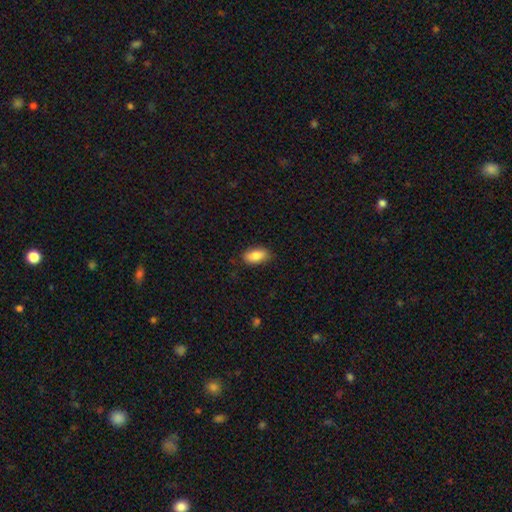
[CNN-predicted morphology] smooth_or_featured: smooth (p=0.85) [alt: featured or disk p=0.08]
how_rounded: in between (p=0.90) [alt: cigar-shaped p=0.06]
merging: none (p=0.84) [alt: minor disturbance p=0.12]